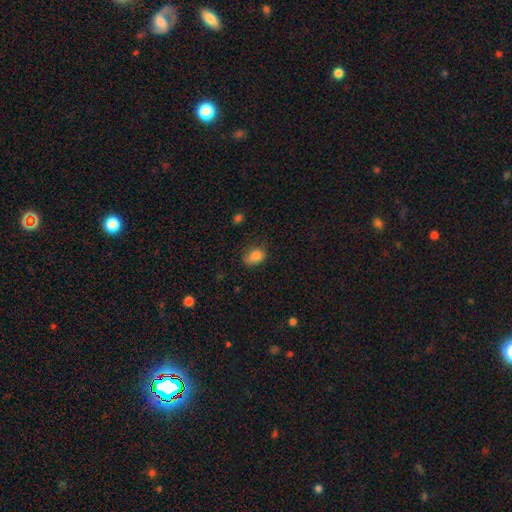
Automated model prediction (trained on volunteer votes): Smooth or featured? Predicted: smooth (p=0.85). How rounded? Predicted: in between (p=0.76). Merging? Predicted: none (p=0.66).